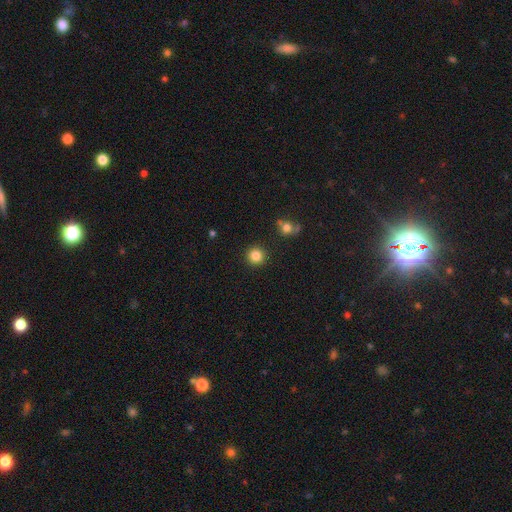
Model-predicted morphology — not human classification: A smooth galaxy with no disk features (84%) that is round (94%). Merging: none (91%).